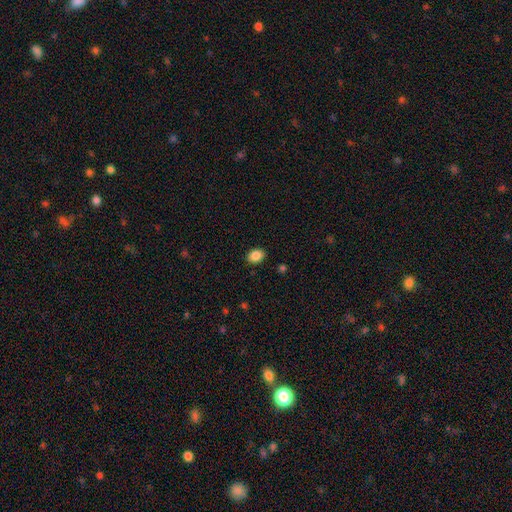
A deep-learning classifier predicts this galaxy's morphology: This is clearly a smooth galaxy (87%). How rounded: likely in between (66%). Merging: clearly none (89%).